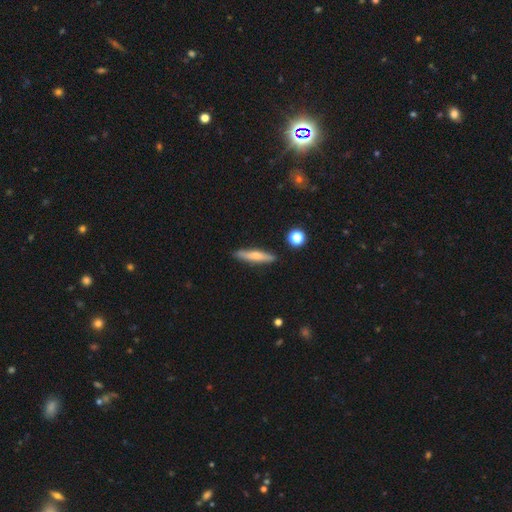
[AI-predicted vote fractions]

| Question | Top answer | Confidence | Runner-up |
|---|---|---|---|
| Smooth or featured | smooth | 56% | featured or disk (37%) |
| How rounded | cigar-shaped | 86% | in between (11%) |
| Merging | none | 87% | minor disturbance (9%) |